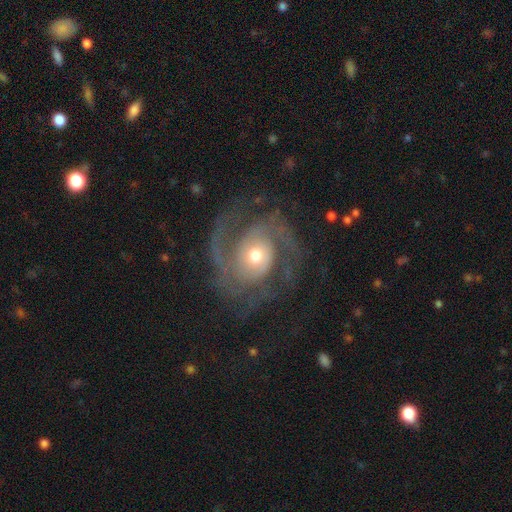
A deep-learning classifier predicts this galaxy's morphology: A featured or disk galaxy (88%) with no bar (72%), 2 (53%) medium (45%) spiral arms (96%) and a moderate central bulge (63%). Merging: none (66%).